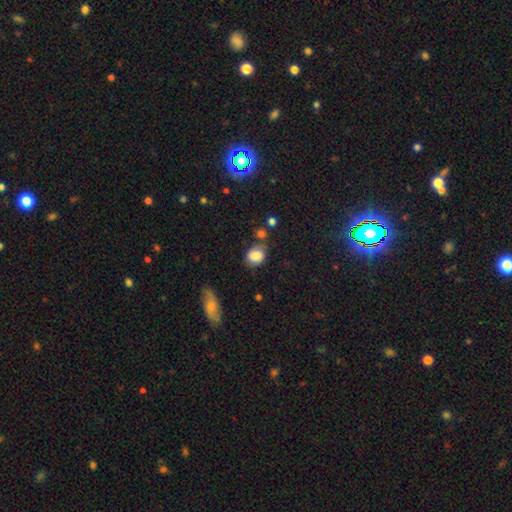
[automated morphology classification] type=smooth (72%); roundness=in between (63%); merging=none (57%).